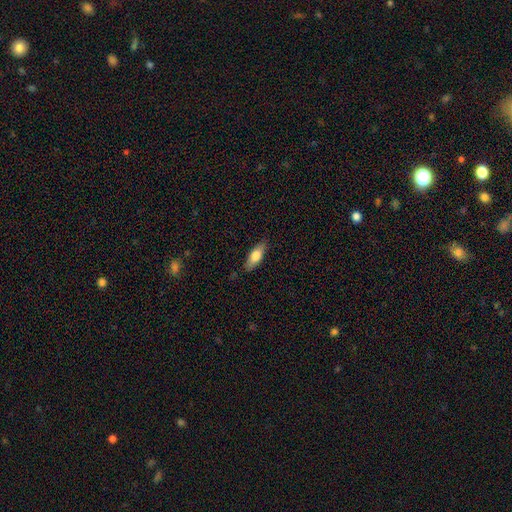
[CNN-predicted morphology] A smooth galaxy with no disk features (72%) that is in between round and cigar-shaped (67%). Merging: none (85%).